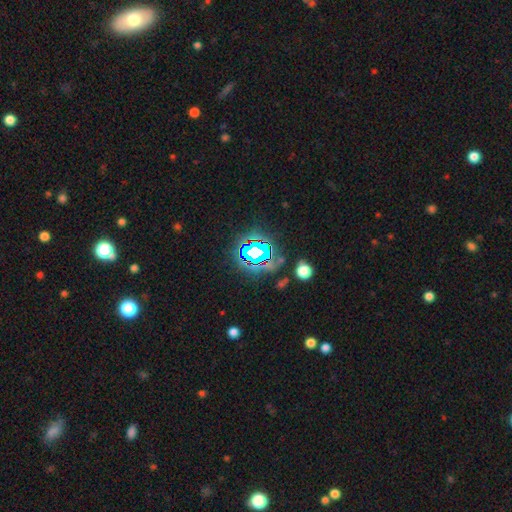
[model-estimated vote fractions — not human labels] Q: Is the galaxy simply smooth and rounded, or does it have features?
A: star or artifact — 74%.